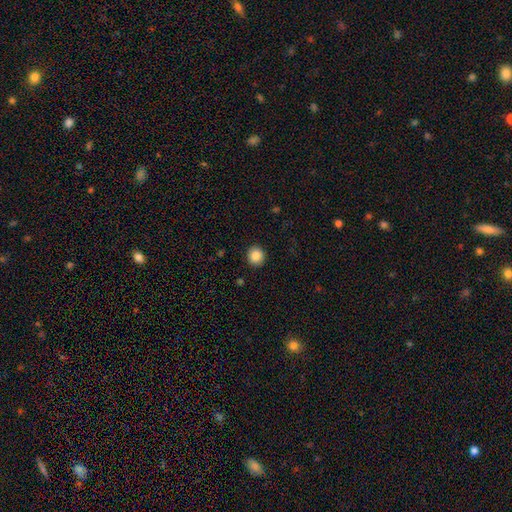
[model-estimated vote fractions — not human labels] A smooth galaxy with no disk features (86%) that is round (88%). Merging: none (92%).